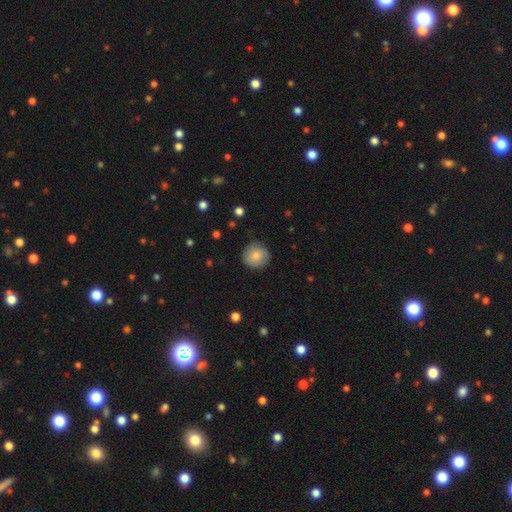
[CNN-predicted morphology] type=smooth (83%); roundness=round (92%); merging=none (84%).